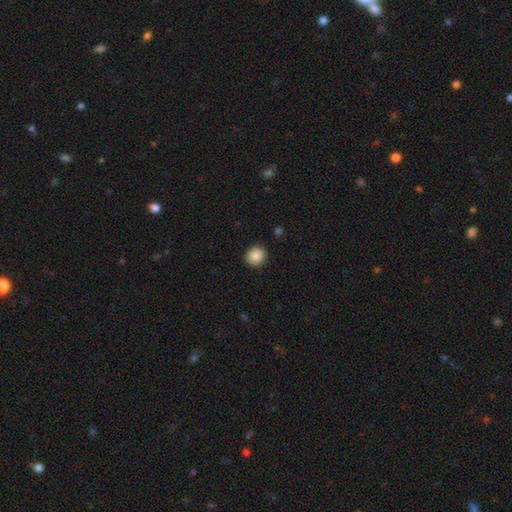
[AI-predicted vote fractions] Smooth or featured?
  - smooth: 88% *
  - star or artifact: 9%
  - featured or disk: 3%
How rounded?
  - round: 90% *
  - in between: 9%
  - cigar-shaped: 1%
Merging?
  - none: 91% *
  - minor disturbance: 6%
  - major disturbance: 2%
  - merger: 1%